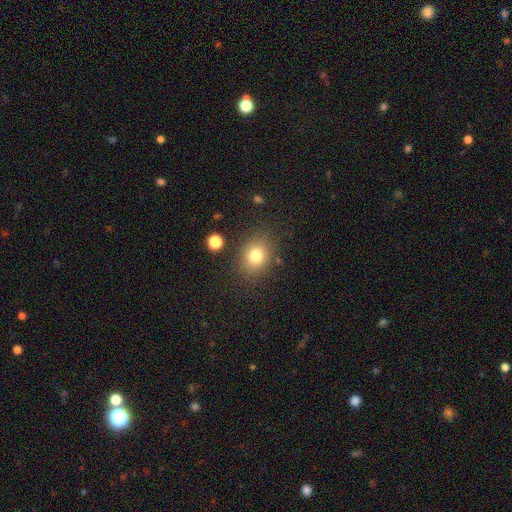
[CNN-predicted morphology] smooth-or-featured: smooth: 78% | star or artifact: 13% | featured or disk: 9%
  how-rounded: round: 55% | in between: 44% | cigar-shaped: 1%
  merging: none: 82% | minor disturbance: 11% | major disturbance: 4% | merger: 3%